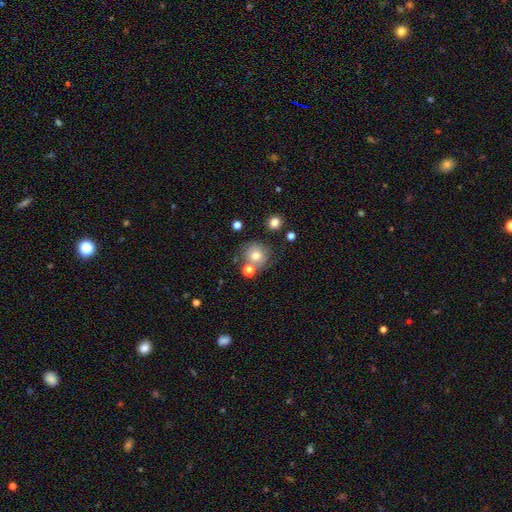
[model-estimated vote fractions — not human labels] This appears to be a smooth galaxy with no disk features (71%) that is round (88%). Merging: none (63%).